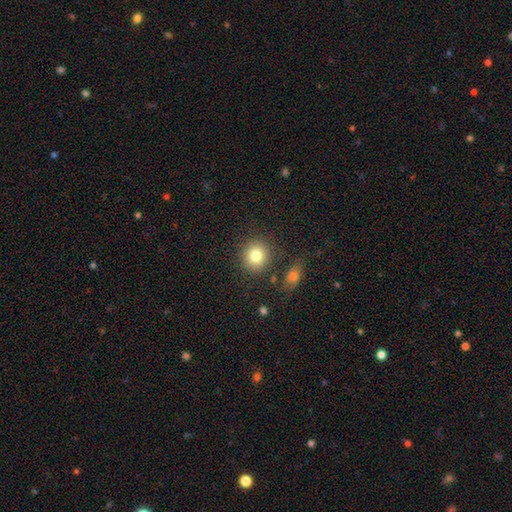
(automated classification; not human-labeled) Morphology: type=smooth (81%); roundness=round (86%); merging=none (83%).